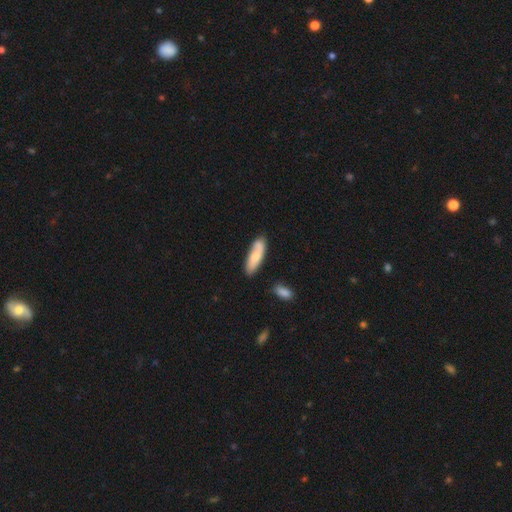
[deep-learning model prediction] This appears to be a smooth galaxy with no disk features (65%) that is in between round and cigar-shaped (54%). Merging: none (71%).